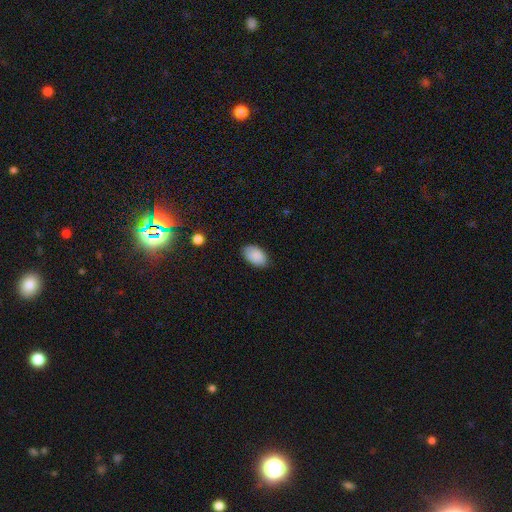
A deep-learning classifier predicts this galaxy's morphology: Overall: smooth (89%). How rounded: in between (93%). Merging: none (80%).